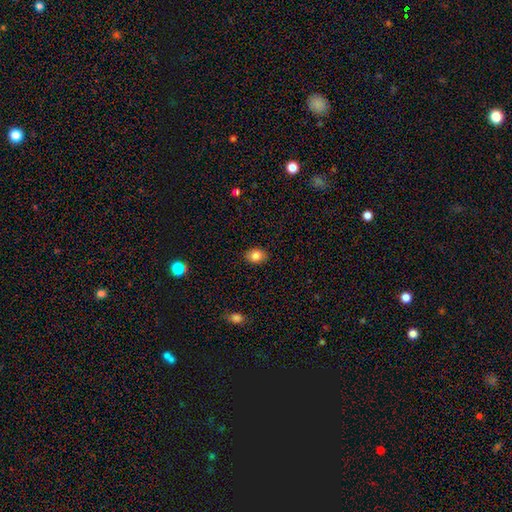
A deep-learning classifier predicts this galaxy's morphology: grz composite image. It shows a smooth galaxy with no disk features (84%) that is in between round and cigar-shaped (67%). Merging: none (88%).